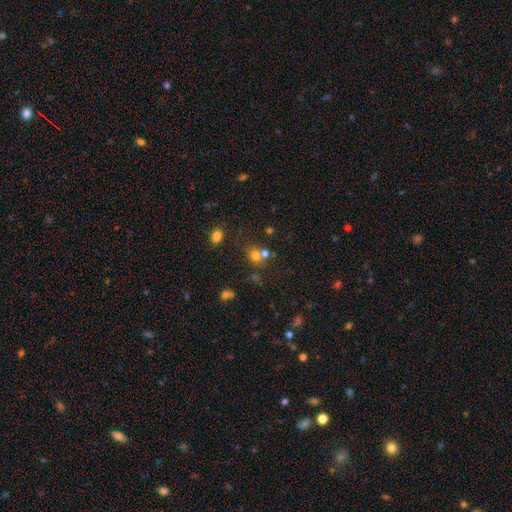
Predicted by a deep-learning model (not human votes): smooth 68%, star or artifact 19%, featured or disk 12%. Down the decision tree: how rounded — round (72%); merging — none (44%).